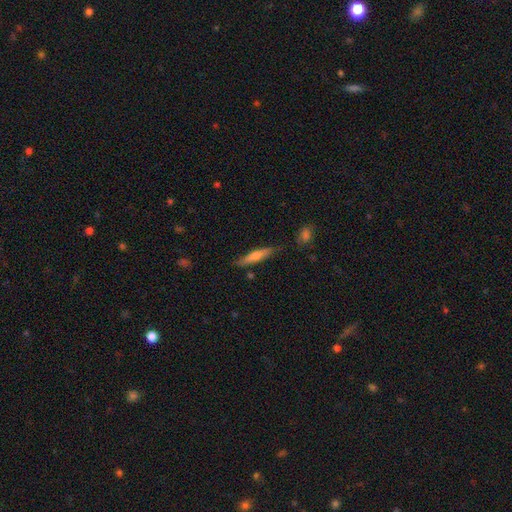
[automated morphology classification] The model was most divided on "smooth or featured": smooth: 53%, featured or disk: 41%, star or artifact: 7%. More confident: how rounded — cigar-shaped (85%); merging — none (81%).